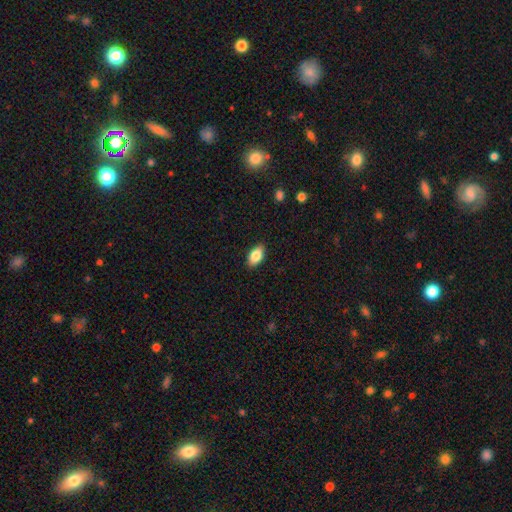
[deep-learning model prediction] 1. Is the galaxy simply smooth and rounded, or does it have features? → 82% smooth, 11% featured or disk, 7% star or artifact.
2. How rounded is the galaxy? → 90% in between, 5% cigar-shaped, 5% round.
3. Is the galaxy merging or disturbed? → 89% none, 9% minor disturbance, 2% major disturbance, 1% merger.